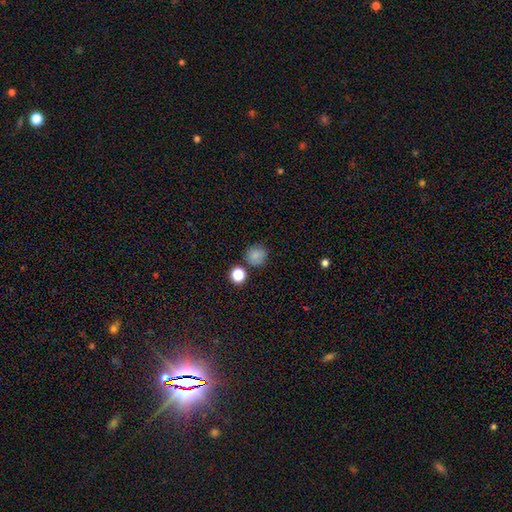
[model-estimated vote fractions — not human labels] Morphology: type=smooth (82%); roundness=round (88%); merging=none (78%).